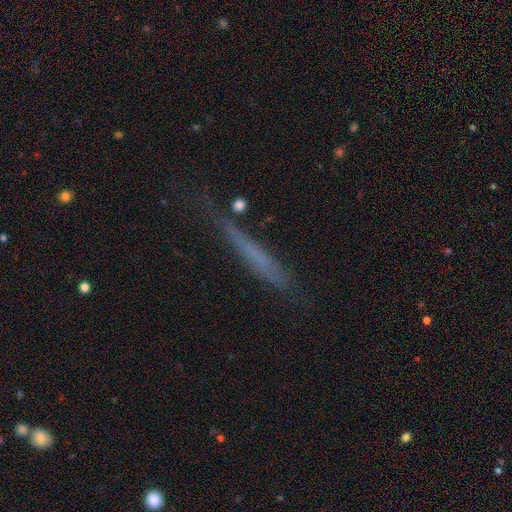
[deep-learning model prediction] smooth-or-featured: smooth: 53% | featured or disk: 35% | star or artifact: 11%
  how-rounded: cigar-shaped: 94% | in between: 4% | round: 2%
  merging: none: 67% | minor disturbance: 21% | major disturbance: 8% | merger: 3%